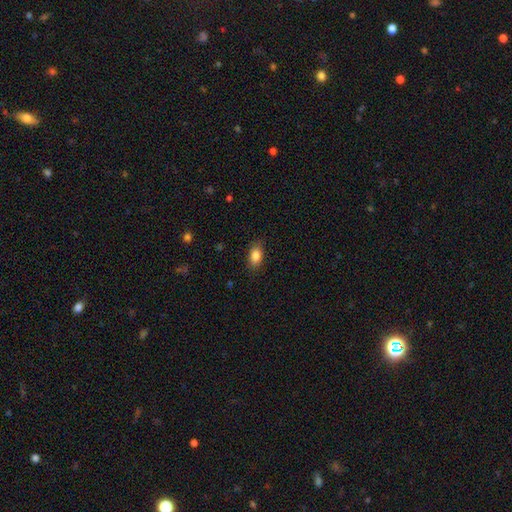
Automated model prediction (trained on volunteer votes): A smooth galaxy with no disk features (86%) that is in between round and cigar-shaped (88%).

Vote fractions:
- Smooth or featured? smooth: 86% / star or artifact: 8% / featured or disk: 6%
- How rounded? in between: 88% / round: 9% / cigar-shaped: 3%
- Merging? none: 84% / minor disturbance: 12% / major disturbance: 3% / merger: 1%